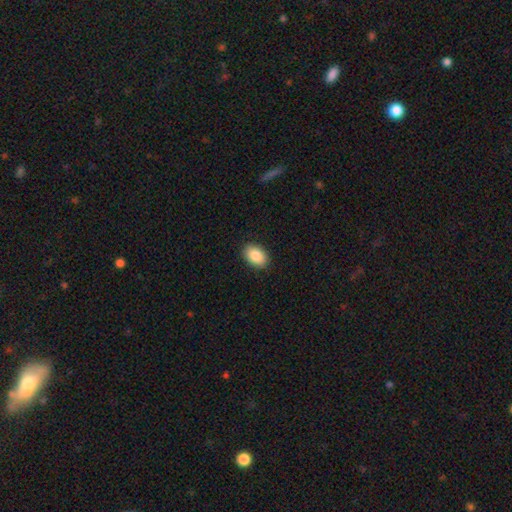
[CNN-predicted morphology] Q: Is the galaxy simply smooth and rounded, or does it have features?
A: smooth — 88%.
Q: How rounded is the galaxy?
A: in between — 88%.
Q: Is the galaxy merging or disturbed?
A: none — 89%.